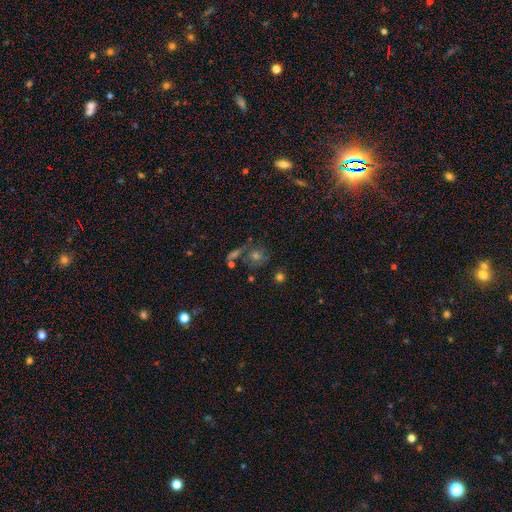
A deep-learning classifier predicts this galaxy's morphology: Smooth or featured: smooth — 40% (star or artifact — 33%)
Merging: none — 65% (merger — 15%)